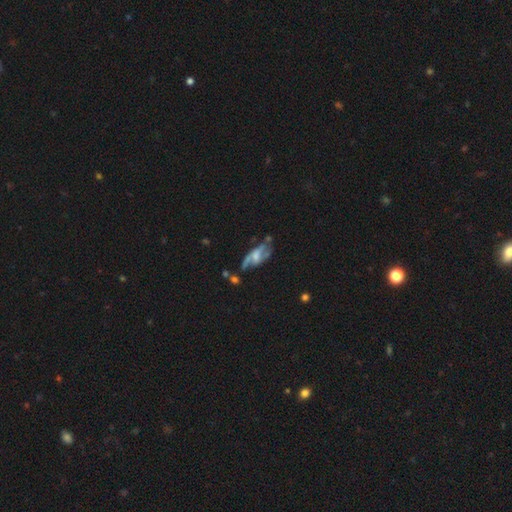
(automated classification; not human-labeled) Morphology: type=featured or disk (72%); edge-on=no (87%); bar=no (43%); spiral arms=yes (79%); bulge=moderate (36%); merging=none (45%).